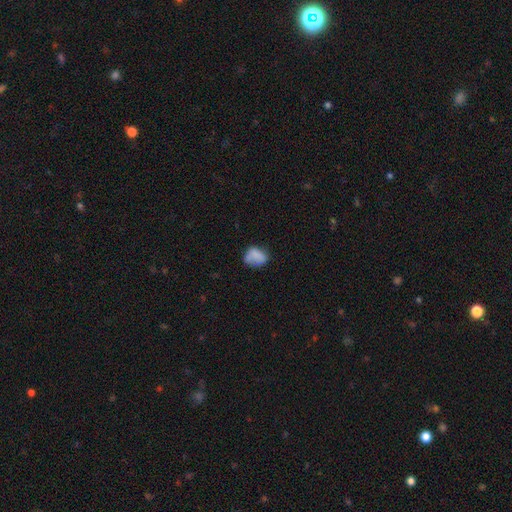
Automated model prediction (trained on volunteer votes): Smooth or featured? smooth (73%)
How rounded? in between (57%)
Merging? none (49%)